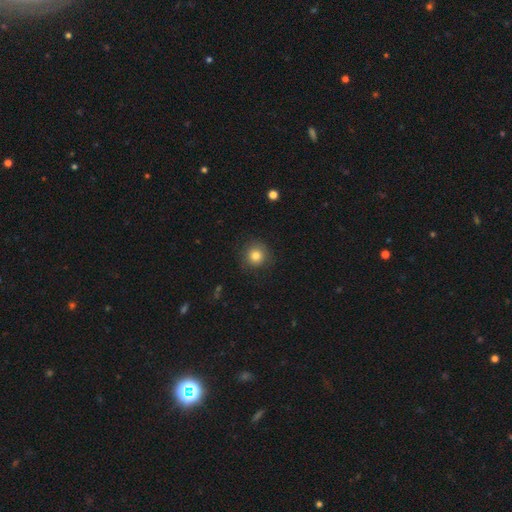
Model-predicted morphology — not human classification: A smooth galaxy with no disk features (80%) that is round (93%). Merging: none (84%).